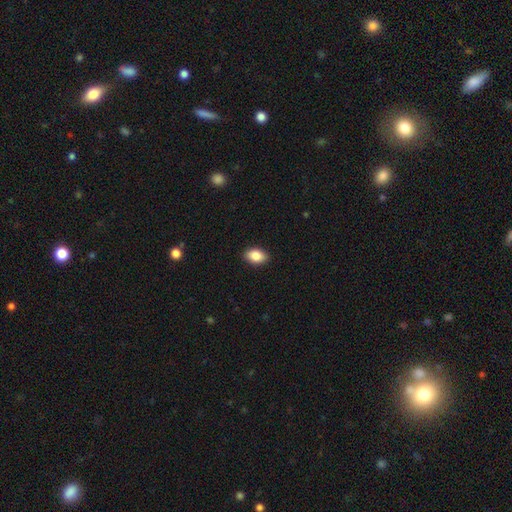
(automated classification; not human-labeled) The model was most divided on "how rounded": in between: 88%, round: 10%, cigar-shaped: 2%. More confident: merging — none (89%); smooth or featured — smooth (86%).